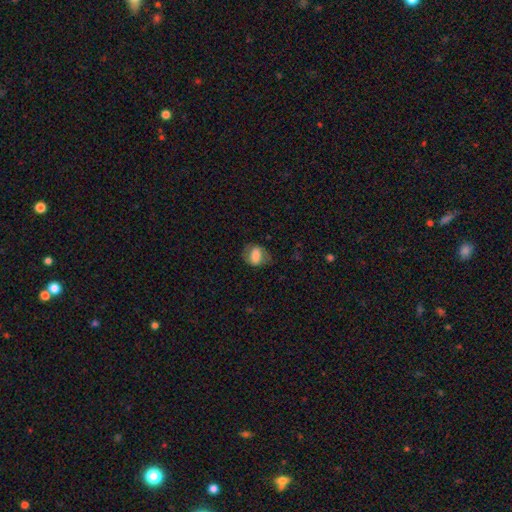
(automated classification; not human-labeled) smooth-or-featured: smooth: 64% | featured or disk: 27% | star or artifact: 9%
  how-rounded: in between: 72% | round: 25% | cigar-shaped: 3%
  merging: none: 62% | minor disturbance: 22% | major disturbance: 14% | merger: 1%